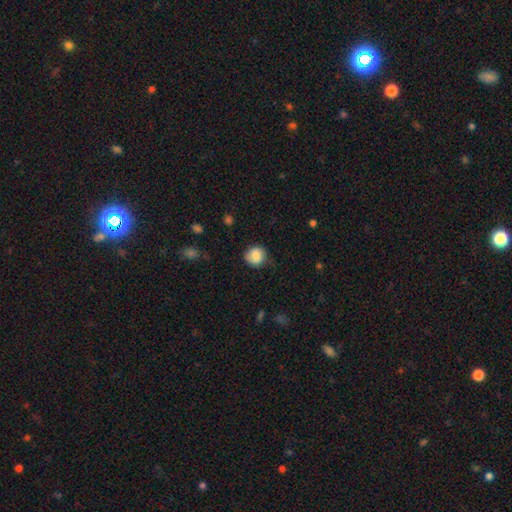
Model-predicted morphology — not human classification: This is likely a smooth galaxy (78%). How rounded: clearly round (84%). Merging: likely none (75%).